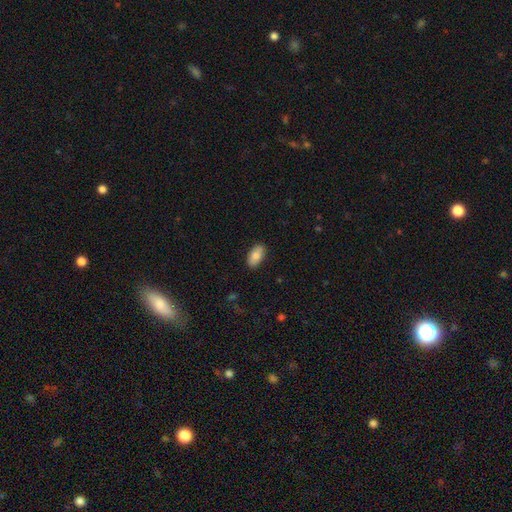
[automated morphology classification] Smooth or featured? Predicted: smooth (p=0.80). How rounded? Predicted: in between (p=0.93). Merging? Predicted: none (p=0.87).